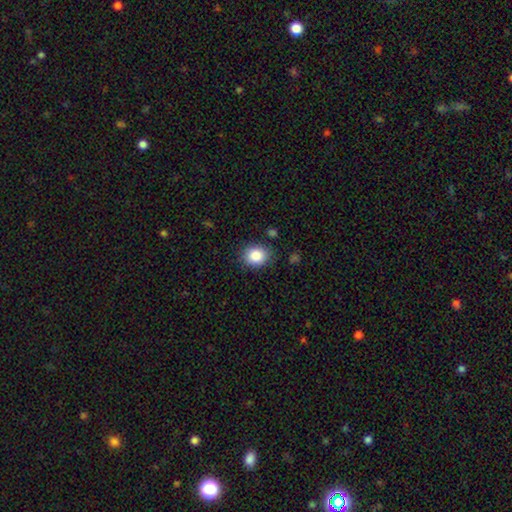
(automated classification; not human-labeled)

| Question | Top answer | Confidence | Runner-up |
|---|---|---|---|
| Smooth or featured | smooth | 85% | star or artifact (9%) |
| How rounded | round | 63% | in between (37%) |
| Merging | none | 84% | minor disturbance (11%) |